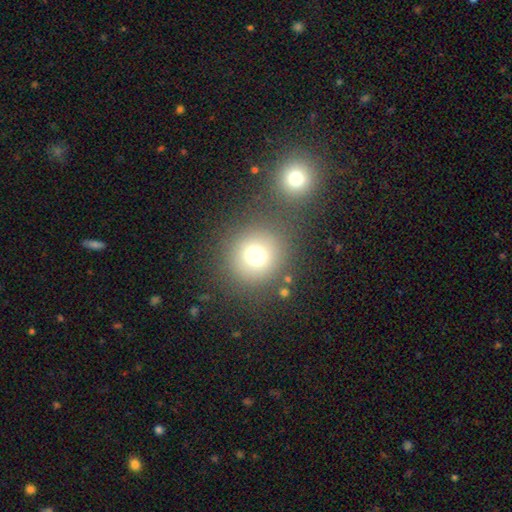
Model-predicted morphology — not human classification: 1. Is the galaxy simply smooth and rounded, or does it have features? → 72% smooth, 18% star or artifact, 10% featured or disk.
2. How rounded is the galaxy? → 91% round, 8% in between, 1% cigar-shaped.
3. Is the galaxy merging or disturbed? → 76% none, 11% merger, 8% minor disturbance, 5% major disturbance.